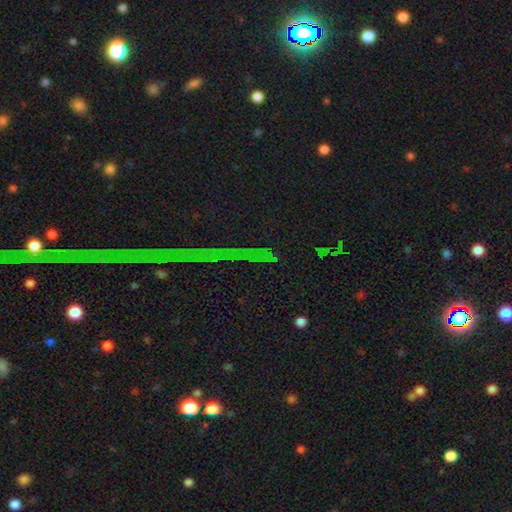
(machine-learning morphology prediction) Q: Smooth or featured?
A: star or artifact (82%); runner-up: featured or disk (9%)